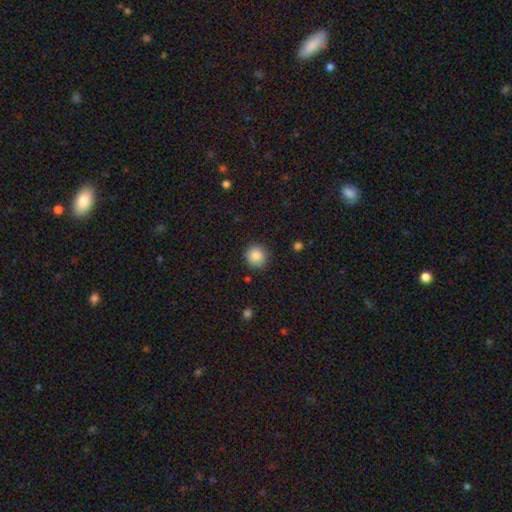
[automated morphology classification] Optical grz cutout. It shows a smooth galaxy with no disk features (87%) that is round (93%). Merging: none (87%).